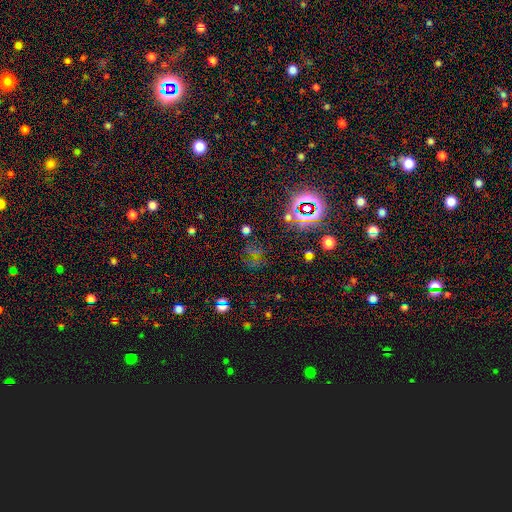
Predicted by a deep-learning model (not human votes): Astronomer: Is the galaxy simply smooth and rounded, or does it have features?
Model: star or artifact — 61%.